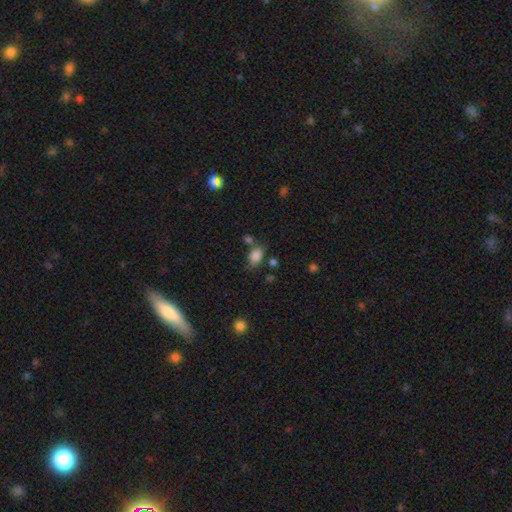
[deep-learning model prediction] The model was most divided on "merging": none: 63%, minor disturbance: 19%, merger: 12%, major disturbance: 6%. More confident: smooth or featured — smooth (84%); how rounded — in between (82%).